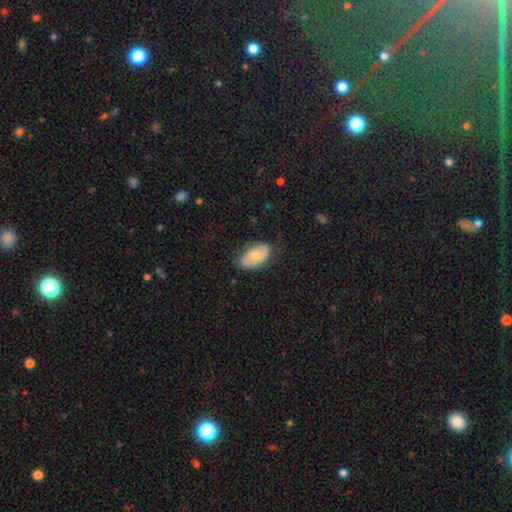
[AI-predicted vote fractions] Morphology: type=smooth (57%); roundness=in between (92%); merging=none (73%).